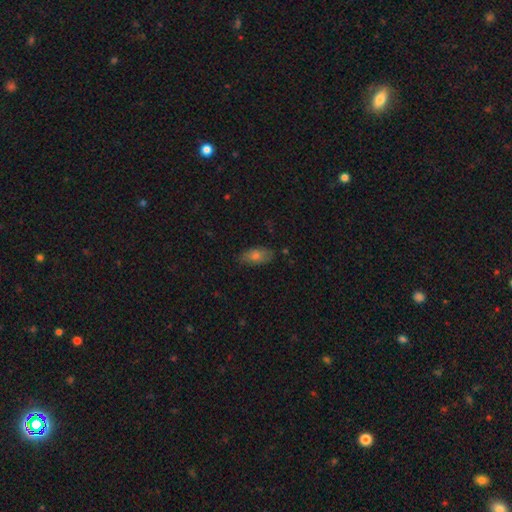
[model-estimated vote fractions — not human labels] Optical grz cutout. It shows a smooth galaxy with no disk features (70%) that is in between round and cigar-shaped (86%). Merging: none (80%).